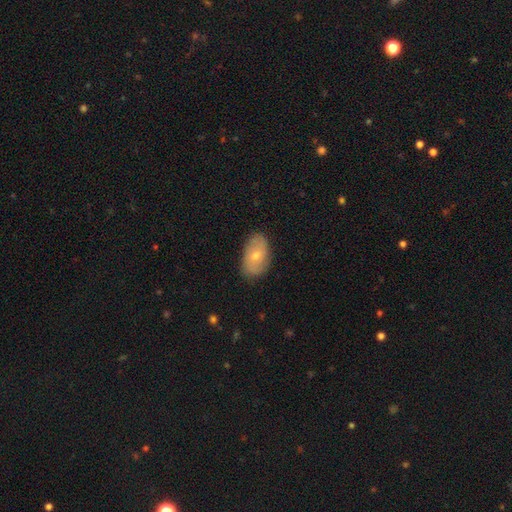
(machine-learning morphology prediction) Smooth or featured: smooth — 55% (featured or disk — 38%)
How rounded: in between — 90% (round — 8%)
Merging: none — 81% (minor disturbance — 15%)